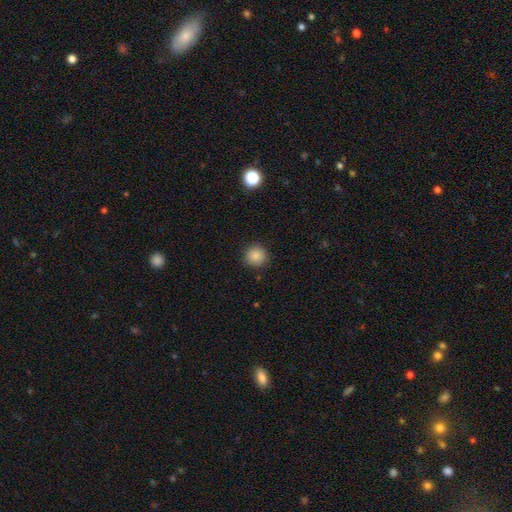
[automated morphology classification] This is clearly a smooth galaxy (86%). How rounded: clearly round (93%). Merging: clearly none (89%).